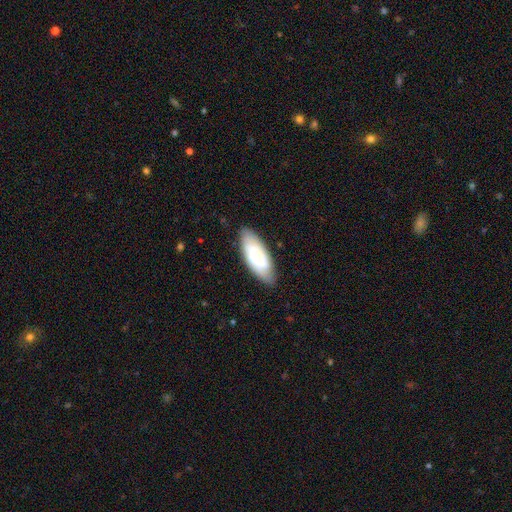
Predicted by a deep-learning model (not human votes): Smooth or featured: smooth — 62% (featured or disk — 31%)
How rounded: in between — 75% (cigar-shaped — 23%)
Merging: none — 80% (minor disturbance — 16%)